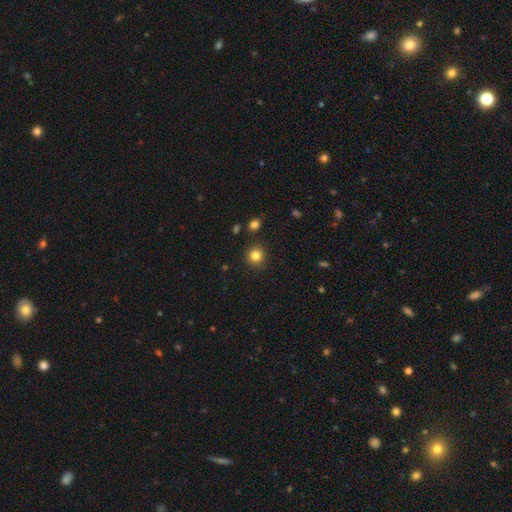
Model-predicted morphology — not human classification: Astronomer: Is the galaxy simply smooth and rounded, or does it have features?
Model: smooth — 82%.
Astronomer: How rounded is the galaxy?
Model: round — 92%.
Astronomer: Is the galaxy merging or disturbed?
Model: none — 89%.